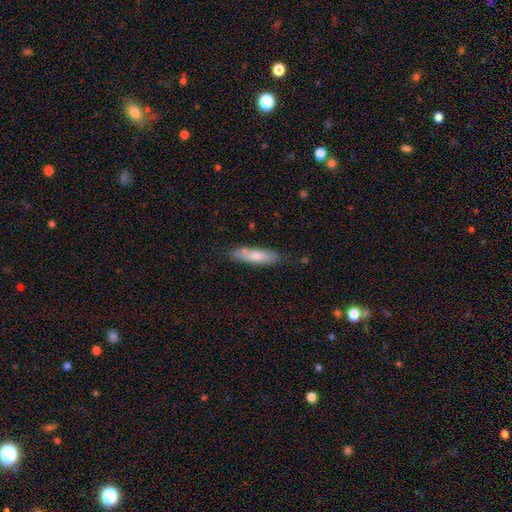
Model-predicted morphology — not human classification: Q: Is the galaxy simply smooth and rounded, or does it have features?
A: smooth — 68%.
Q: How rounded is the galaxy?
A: cigar-shaped — 69%.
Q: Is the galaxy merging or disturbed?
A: none — 77%.